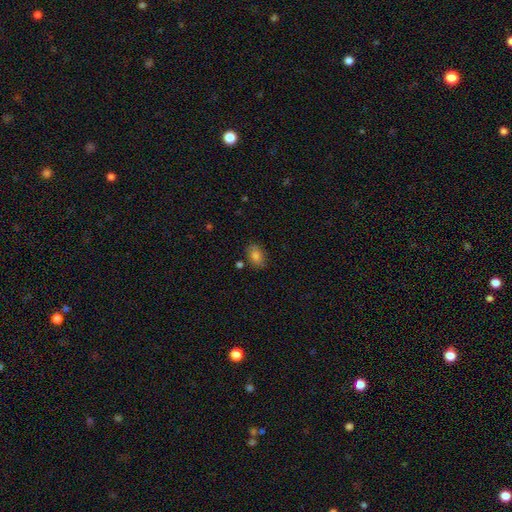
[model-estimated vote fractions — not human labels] Overall: smooth (83%). How rounded: in between (86%). Merging: none (81%).